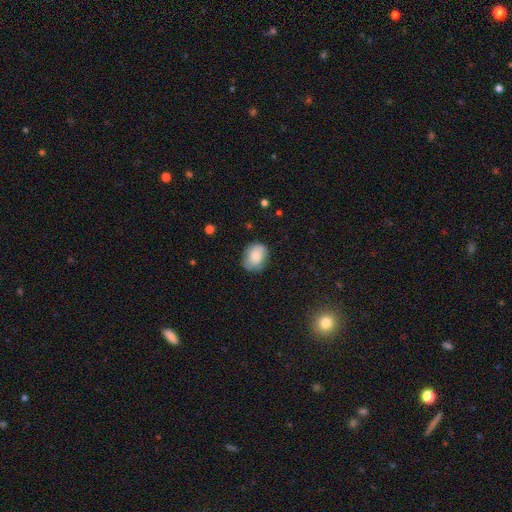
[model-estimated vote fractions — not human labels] The model was most divided on "how rounded": in between: 59%, round: 40%, cigar-shaped: 1%. More confident: smooth or featured — smooth (81%); merging — none (74%).